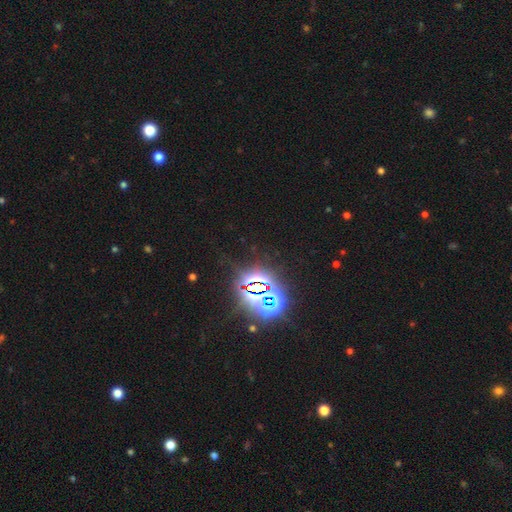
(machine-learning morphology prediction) A star or artifact, not a galaxy (83%).

Vote fractions:
- Smooth or featured? star or artifact: 83% / smooth: 10% / featured or disk: 8%